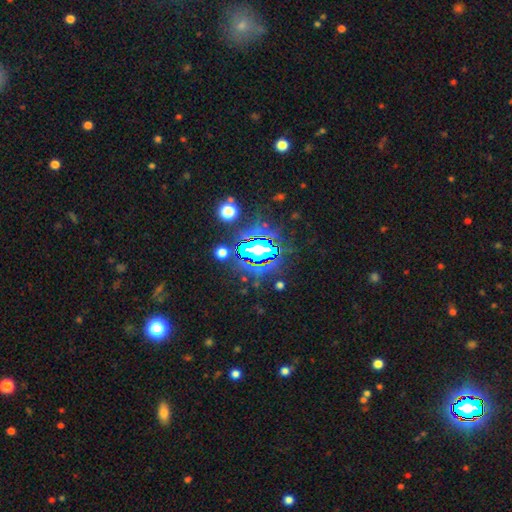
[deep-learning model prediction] A star or artifact, not a galaxy (79%).

Vote fractions:
- Smooth or featured? star or artifact: 79% / smooth: 12% / featured or disk: 8%